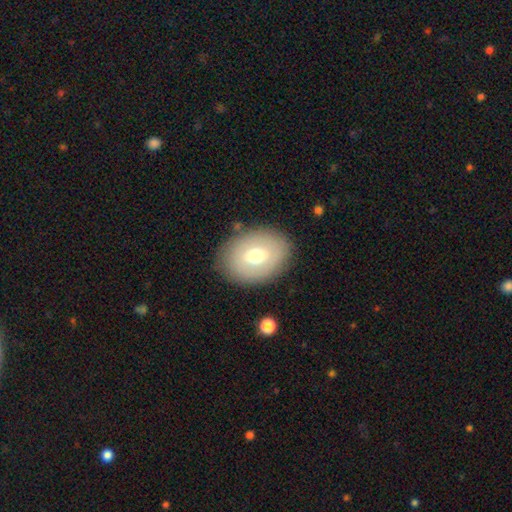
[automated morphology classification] Smooth or featured?
  - smooth: 59% *
  - featured or disk: 34%
  - star or artifact: 7%
How rounded?
  - in between: 75% *
  - round: 24%
  - cigar-shaped: 1%
Merging?
  - none: 83% *
  - minor disturbance: 12%
  - major disturbance: 4%
  - merger: 2%